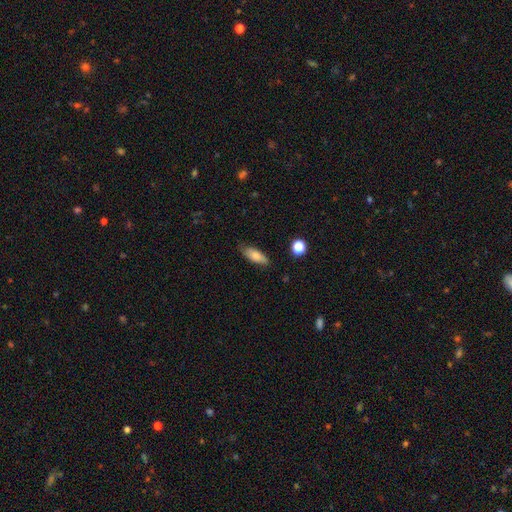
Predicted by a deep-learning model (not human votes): Smooth or featured: smooth — 77% (featured or disk — 15%)
How rounded: in between — 69% (cigar-shaped — 28%)
Merging: none — 76% (minor disturbance — 18%)